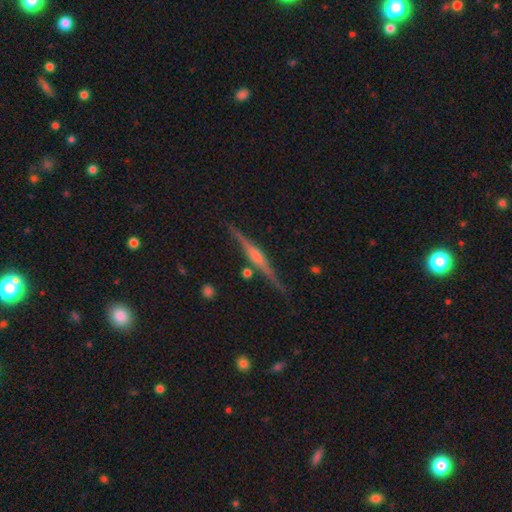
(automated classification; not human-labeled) This appears to be a featured or disk galaxy (80%) viewed edge-on (98%) with a rounded central bulge (74%). Merging: none (86%).